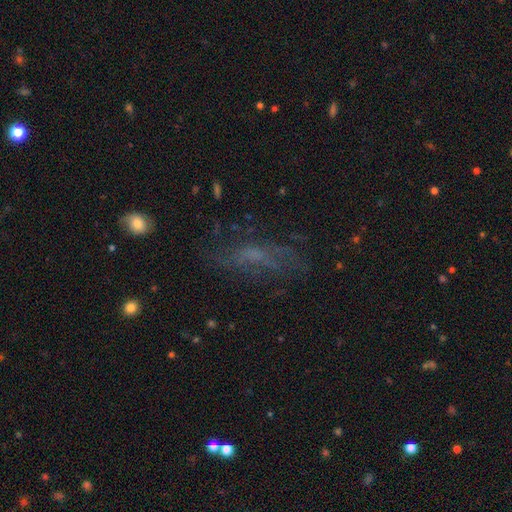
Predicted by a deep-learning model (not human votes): This is marginally a featured or disk galaxy (45%). Merging: possibly none (55%).